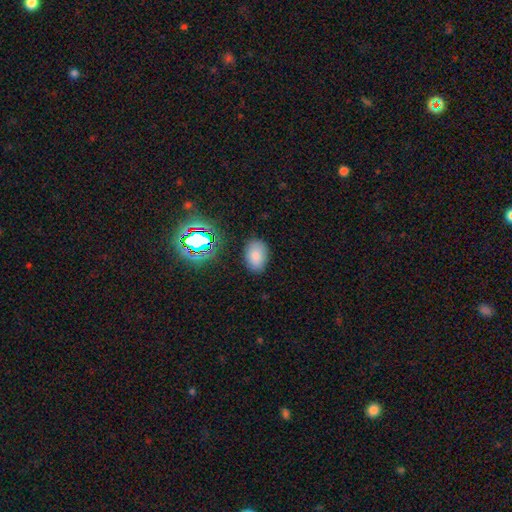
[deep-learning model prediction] Morphology: type=smooth (78%); roundness=in between (83%); merging=none (83%).